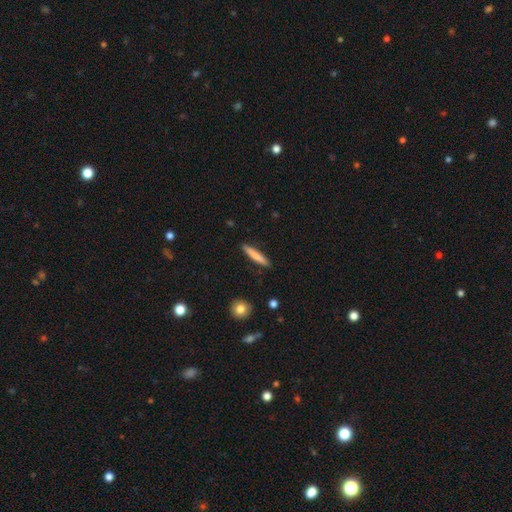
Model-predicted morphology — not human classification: Smooth or featured?
  - smooth: 76% *
  - featured or disk: 19%
  - star or artifact: 6%
How rounded?
  - cigar-shaped: 93% *
  - in between: 6%
  - round: 1%
Merging?
  - none: 90% *
  - minor disturbance: 7%
  - major disturbance: 2%
  - merger: 1%